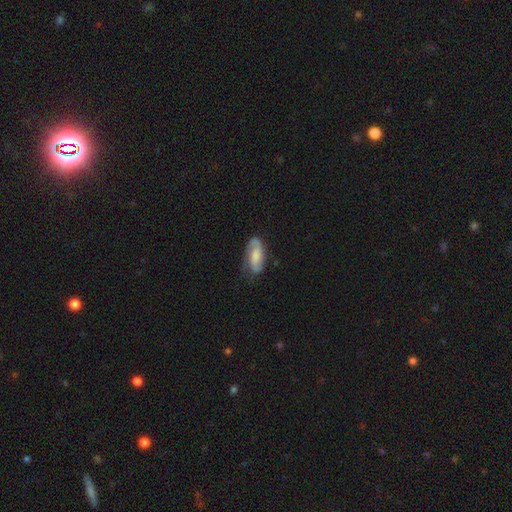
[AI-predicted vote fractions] Smooth or featured: featured or disk — 53% (smooth — 40%)
Edge-on disk: no — 93% (yes — 7%)
Merging: none — 64% (minor disturbance — 25%)